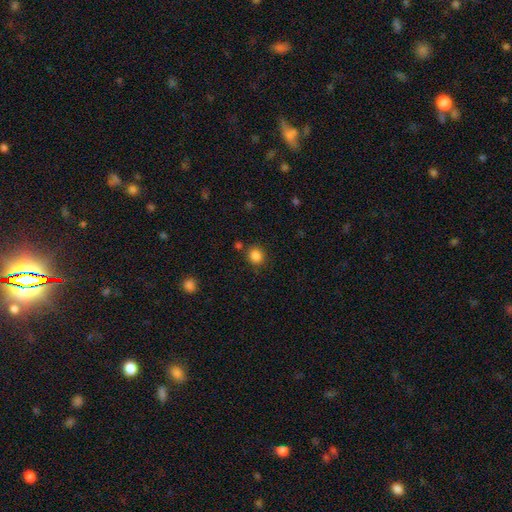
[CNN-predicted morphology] type=smooth (85%); roundness=round (80%); merging=none (82%).